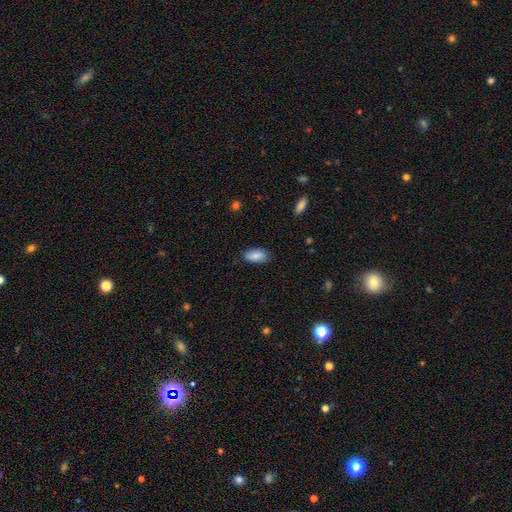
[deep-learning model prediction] The model was most divided on "merging": none: 82%, minor disturbance: 15%, major disturbance: 3%, merger: 1%. More confident: how rounded — in between (91%); smooth or featured — smooth (87%).